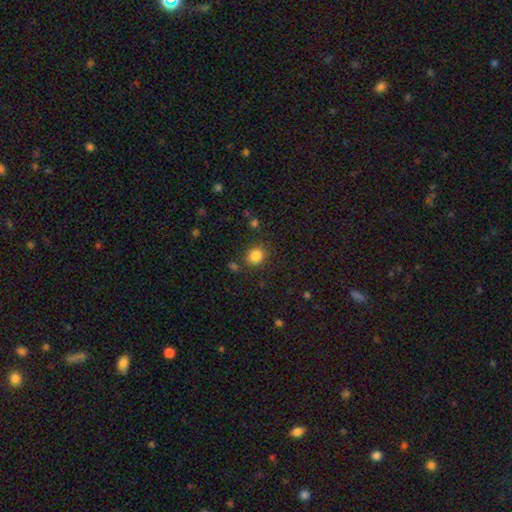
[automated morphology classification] A smooth galaxy with no disk features (84%) that is round (81%). Merging: none (83%).